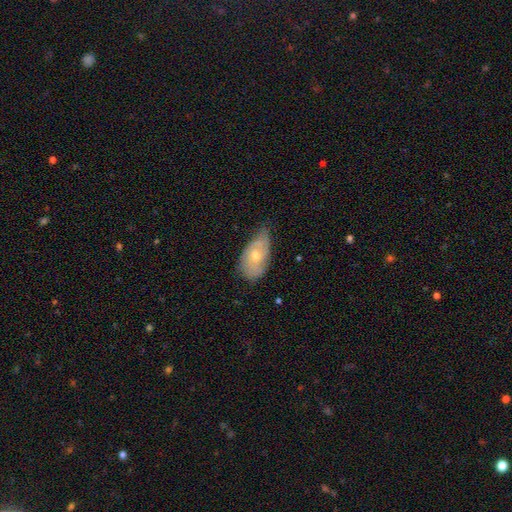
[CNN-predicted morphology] Smooth or featured: featured or disk — 50% (smooth — 44%)
Merging: none — 49% (minor disturbance — 40%)